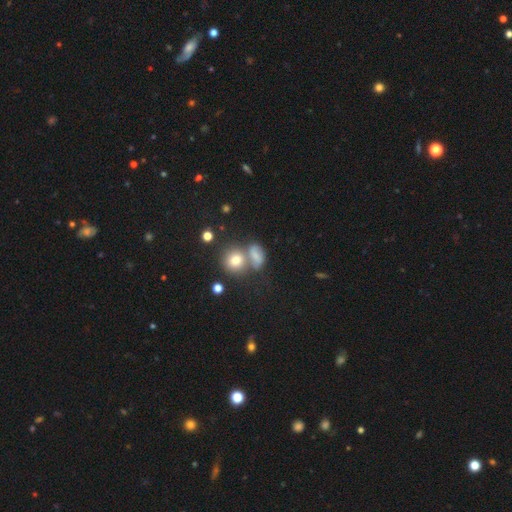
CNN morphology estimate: Smooth or featured: smooth — 62% (featured or disk — 22%)
How rounded: in between — 55% (round — 41%)
Merging: none — 41% (merger — 33%)